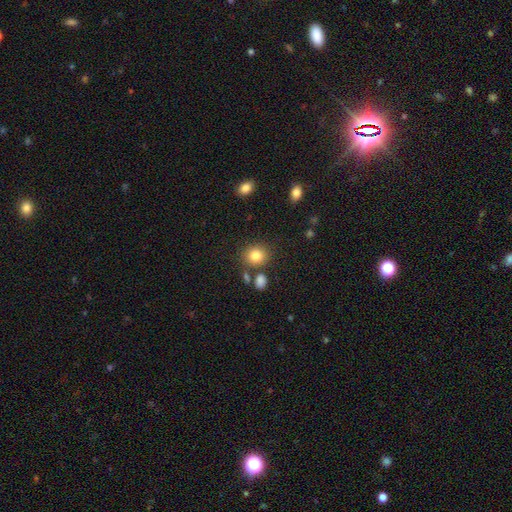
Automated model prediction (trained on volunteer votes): This is clearly a smooth galaxy (82%). How rounded: likely round (78%). Merging: likely none (77%).